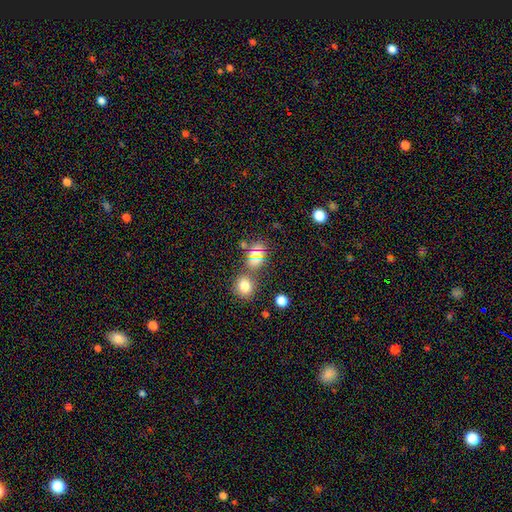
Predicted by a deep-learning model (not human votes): A smooth galaxy with no disk features (53%) that is round (58%).

Vote fractions:
- Smooth or featured? smooth: 53% / star or artifact: 38% / featured or disk: 10%
- How rounded? round: 58% / in between: 40% / cigar-shaped: 3%
- Merging? none: 66% / merger: 17% / minor disturbance: 10% / major disturbance: 6%